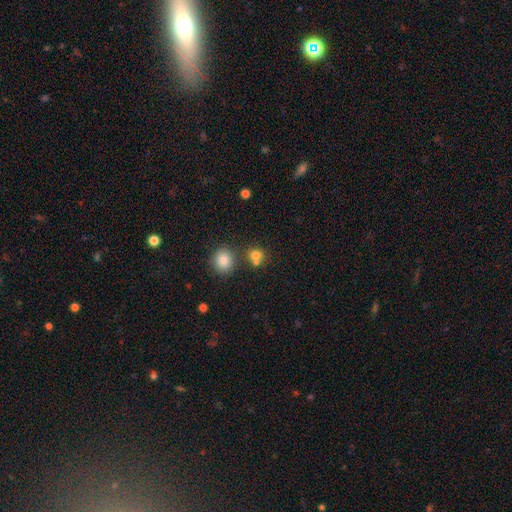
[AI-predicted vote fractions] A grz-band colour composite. It shows a smooth galaxy with no disk features (77%) that is round (78%). Merging: none (55%).